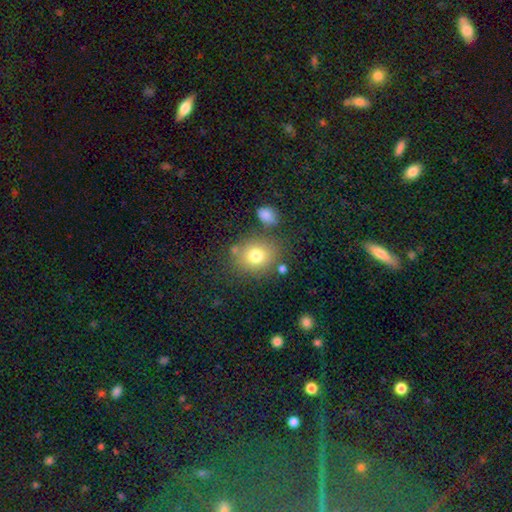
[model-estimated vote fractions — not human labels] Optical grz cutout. It shows a smooth galaxy with no disk features (76%) that is round (67%). Merging: none (74%).